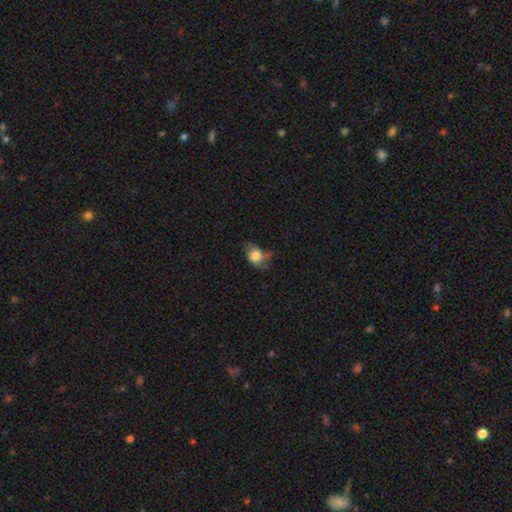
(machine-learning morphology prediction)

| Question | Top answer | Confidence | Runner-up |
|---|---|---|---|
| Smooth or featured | smooth | 74% | featured or disk (17%) |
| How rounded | in between | 63% | round (35%) |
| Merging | none | 41% | minor disturbance (35%) |